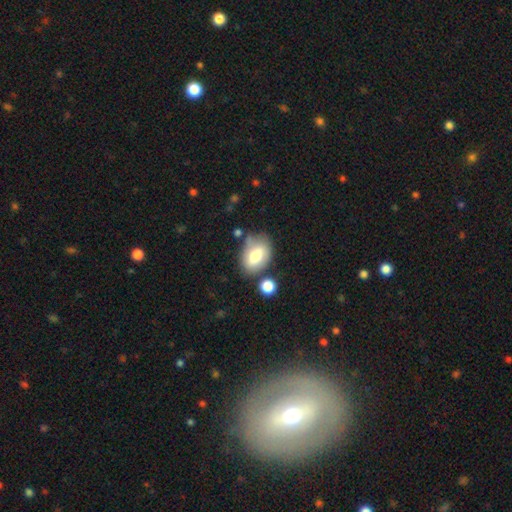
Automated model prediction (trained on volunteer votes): Q: Smooth or featured?
A: smooth (72%); runner-up: featured or disk (20%)
Q: How rounded?
A: in between (82%); runner-up: round (16%)
Q: Merging?
A: none (62%); runner-up: minor disturbance (20%)